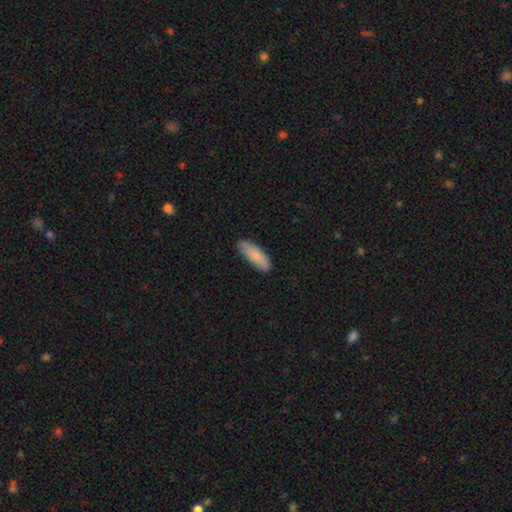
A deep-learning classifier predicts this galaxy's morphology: Smooth or featured? smooth (85%)
How rounded? in between (57%)
Merging? none (83%)